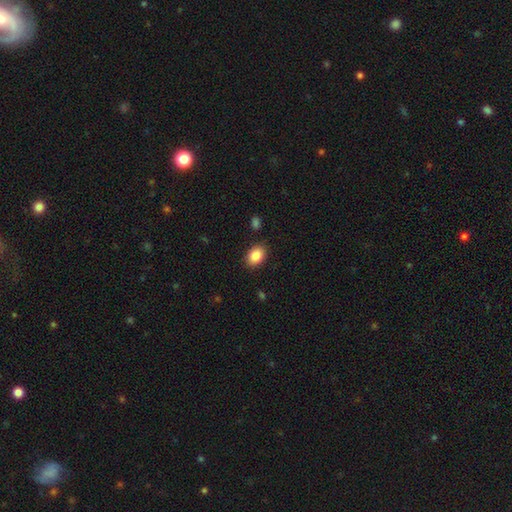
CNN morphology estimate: smooth-or-featured: smooth: 87% | star or artifact: 8% | featured or disk: 5%
  how-rounded: in between: 76% | round: 23% | cigar-shaped: 1%
  merging: none: 87% | minor disturbance: 9% | major disturbance: 2% | merger: 2%